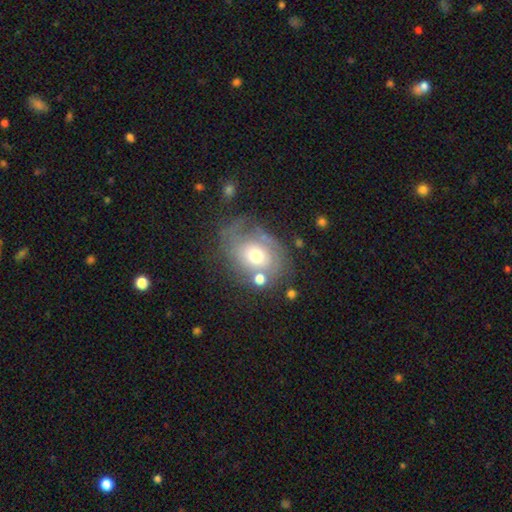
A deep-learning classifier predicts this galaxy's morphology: Smooth or featured?
  - featured or disk: 55% *
  - smooth: 35%
  - star or artifact: 10%
Edge-on disk?
  - no: 95% *
  - yes: 5%
Bar?
  - no: 82% *
  - weak: 15%
  - strong: 3%
Spiral arms?
  - yes: 64% *
  - no: 36%
Bulge size?
  - moderate: 65% *
  - small: 22%
  - large: 10%
  - dominant: 2%
  - none: 1%
Merging?
  - none: 50% *
  - minor disturbance: 23%
  - major disturbance: 18%
  - merger: 9%